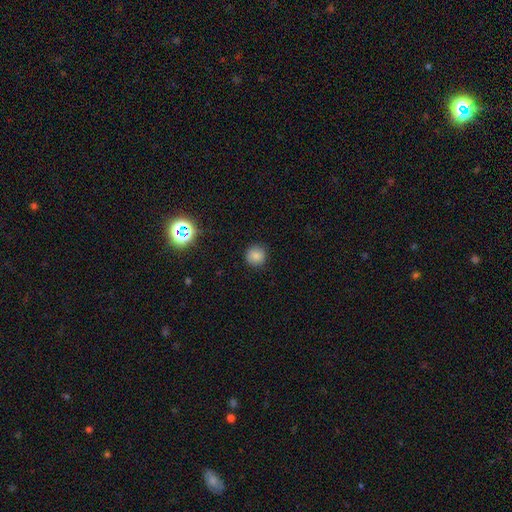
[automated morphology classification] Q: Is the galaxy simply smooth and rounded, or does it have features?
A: smooth — 80%.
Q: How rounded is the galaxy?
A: round — 94%.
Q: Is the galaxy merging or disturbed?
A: none — 90%.